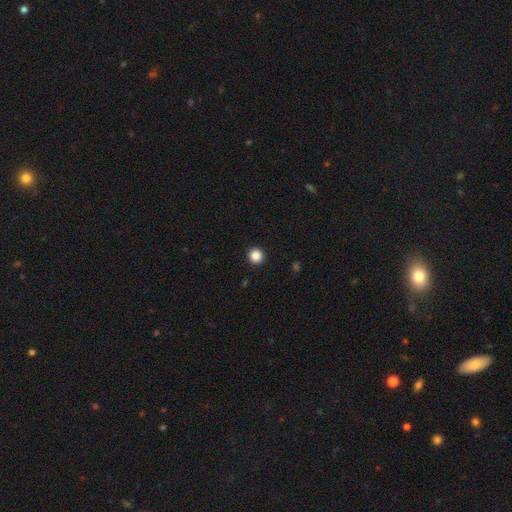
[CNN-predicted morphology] Smooth or featured: smooth — 87% (star or artifact — 10%)
How rounded: round — 94% (in between — 5%)
Merging: none — 93% (minor disturbance — 5%)